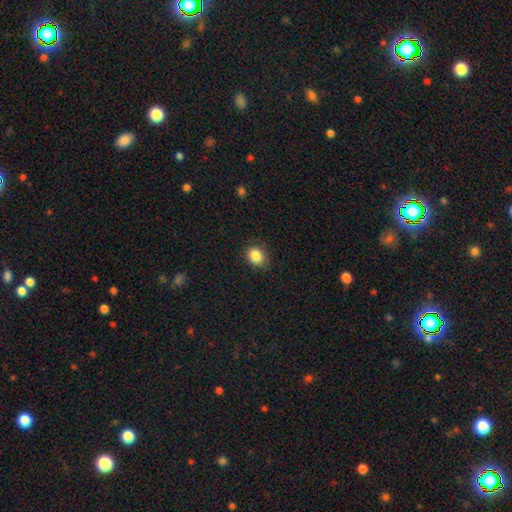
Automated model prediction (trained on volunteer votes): smooth 85%, star or artifact 10%, featured or disk 5%. Down the decision tree: how rounded — round (53%); merging — none (78%).